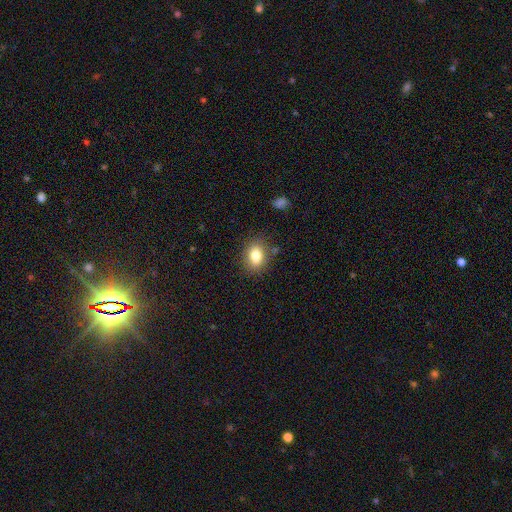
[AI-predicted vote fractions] This appears to be a smooth galaxy with no disk features (82%) that is in between round and cigar-shaped (66%). Merging: none (83%).